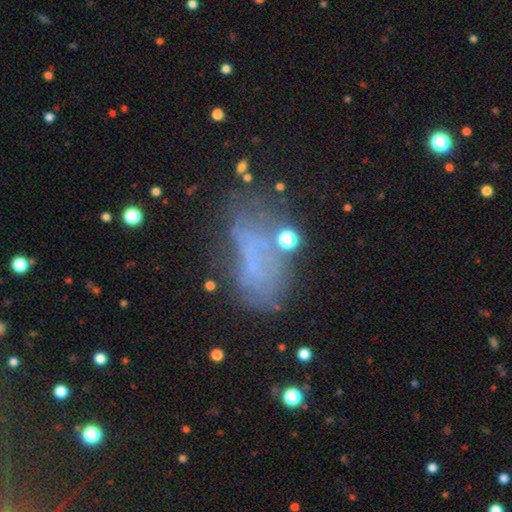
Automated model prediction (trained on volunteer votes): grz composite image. It shows a smooth galaxy with no disk features (40%). Merging: none (40%).